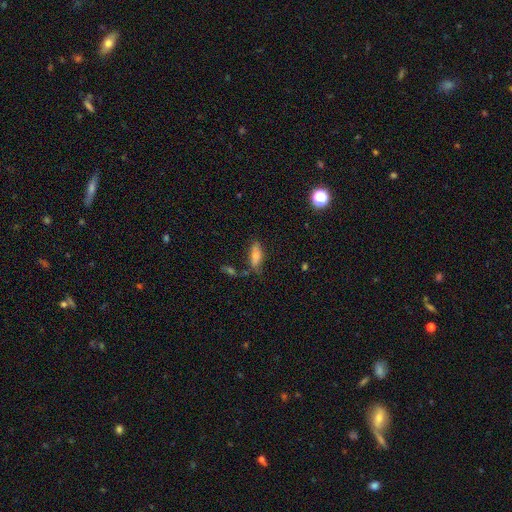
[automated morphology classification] smooth 73%, featured or disk 18%, star or artifact 10%. Down the decision tree: how rounded — in between (72%); merging — none (61%).